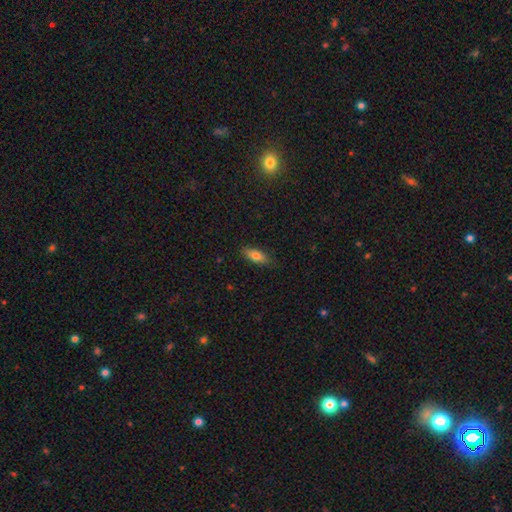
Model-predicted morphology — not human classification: Smooth or featured?
  - smooth: 78% *
  - featured or disk: 14%
  - star or artifact: 8%
How rounded?
  - in between: 78% *
  - cigar-shaped: 19%
  - round: 3%
Merging?
  - none: 83% *
  - minor disturbance: 13%
  - major disturbance: 2%
  - merger: 1%